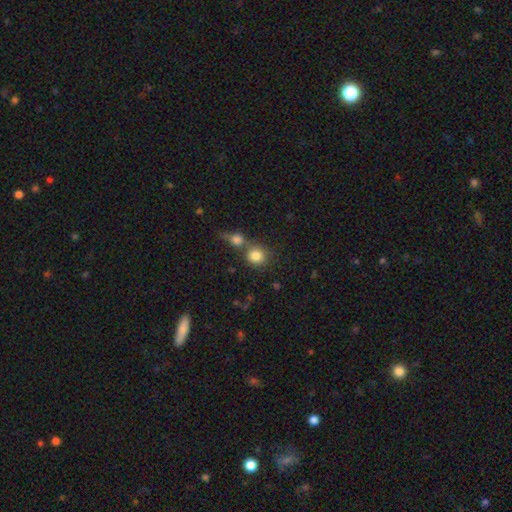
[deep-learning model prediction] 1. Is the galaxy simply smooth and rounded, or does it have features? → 83% smooth, 10% star or artifact, 8% featured or disk.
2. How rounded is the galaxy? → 86% round, 13% in between, 1% cigar-shaped.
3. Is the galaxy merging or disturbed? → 47% none, 40% merger, 8% minor disturbance, 4% major disturbance.